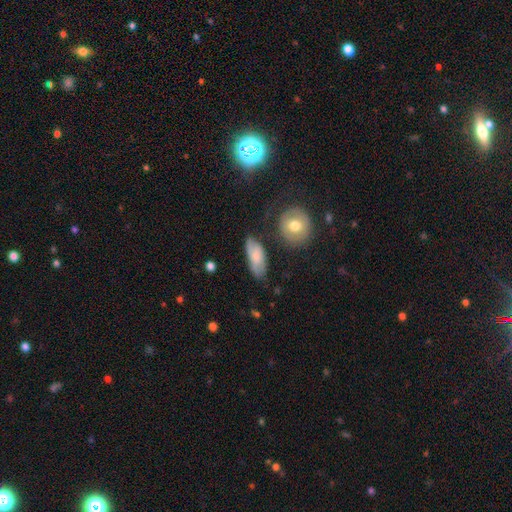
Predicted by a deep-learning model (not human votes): Smooth or featured? smooth (65%)
How rounded? in between (86%)
Merging? none (61%)